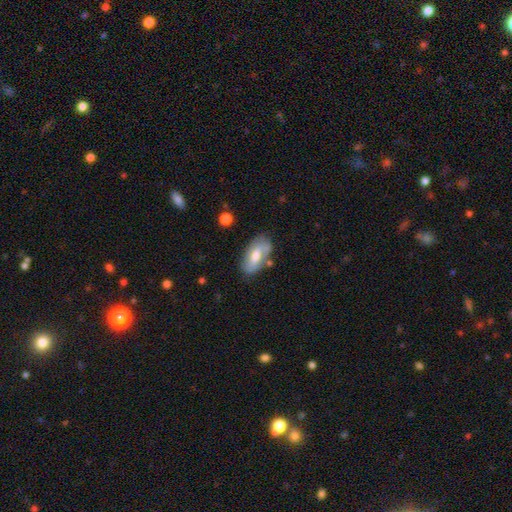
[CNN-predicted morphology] Smooth or featured? smooth (51%)
How rounded? in between (89%)
Merging? none (69%)